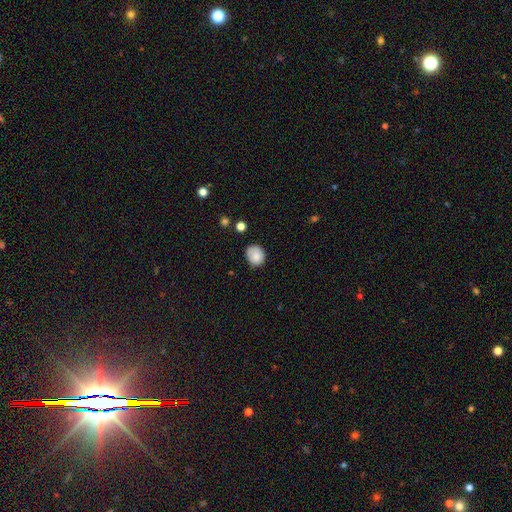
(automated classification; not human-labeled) This appears to be a smooth galaxy with no disk features (83%) that is round (64%). Merging: none (70%).